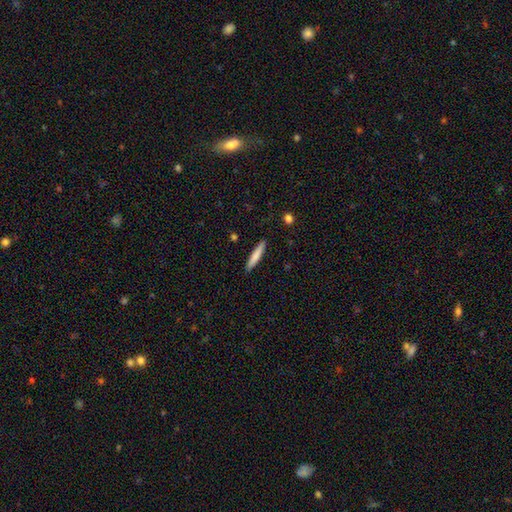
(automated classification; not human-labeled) Smooth or featured? smooth (77%)
How rounded? cigar-shaped (93%)
Merging? none (90%)